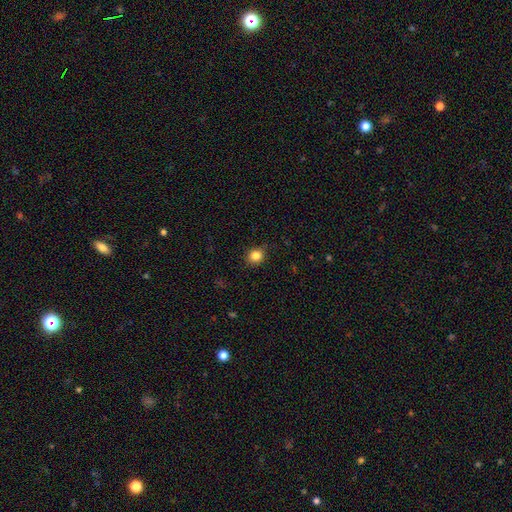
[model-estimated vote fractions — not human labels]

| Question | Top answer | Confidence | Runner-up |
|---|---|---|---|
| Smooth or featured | smooth | 84% | star or artifact (11%) |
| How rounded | round | 80% | in between (19%) |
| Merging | none | 86% | minor disturbance (11%) |